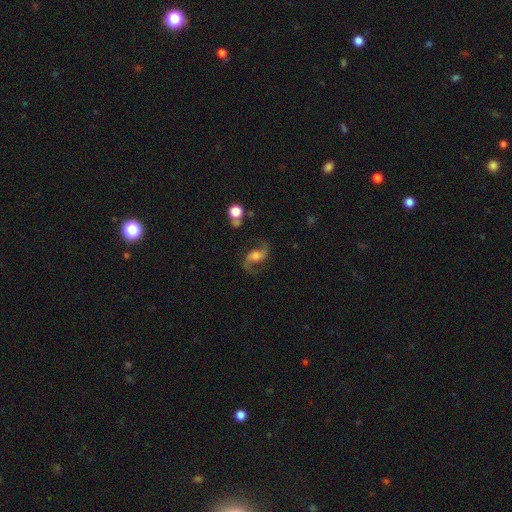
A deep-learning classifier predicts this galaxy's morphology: A featured or disk galaxy (86%) with no bar (48%), 2 (94%) loose (72%) spiral arms (96%) and a moderate central bulge (46%).

Vote fractions:
- Smooth or featured? featured or disk: 86% / smooth: 7% / star or artifact: 7%
- Edge-on disk? no: 97% / yes: 3%
- Bar? no: 48% / weak: 38% / strong: 14%
- Spiral arms? yes: 96% / no: 4%
- Spiral winding? loose: 72% / medium: 24% / tight: 4%
- Spiral arm count? 2: 94% / 1: 2% / can't tell: 2% / 3: 1% / 4: 1% / more than 4: 1%
- Bulge size? moderate: 46% / small: 24% / large: 18% / none: 9% / dominant: 3%
- Merging? none: 75% / minor disturbance: 14% / major disturbance: 8% / merger: 3%